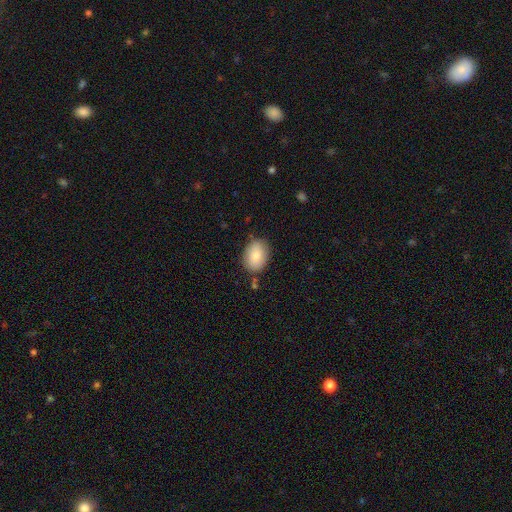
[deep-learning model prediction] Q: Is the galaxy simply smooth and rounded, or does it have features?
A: smooth — 85%.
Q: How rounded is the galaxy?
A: in between — 77%.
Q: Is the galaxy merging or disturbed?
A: none — 81%.